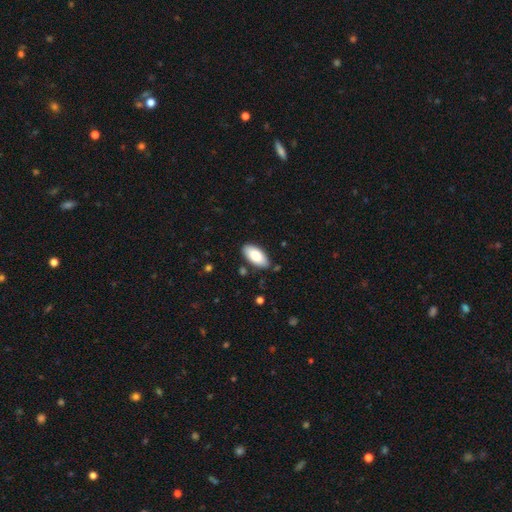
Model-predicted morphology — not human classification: smooth-or-featured: smooth: 81% | featured or disk: 13% | star or artifact: 6%
  how-rounded: in between: 93% | cigar-shaped: 5% | round: 2%
  merging: none: 85% | minor disturbance: 10% | merger: 3% | major disturbance: 2%